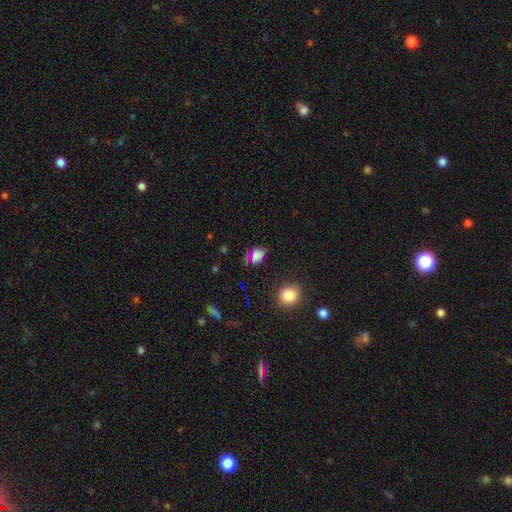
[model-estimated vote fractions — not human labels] This appears to be a smooth galaxy with no disk features (69%) that is in between round and cigar-shaped (76%). Merging: none (67%).